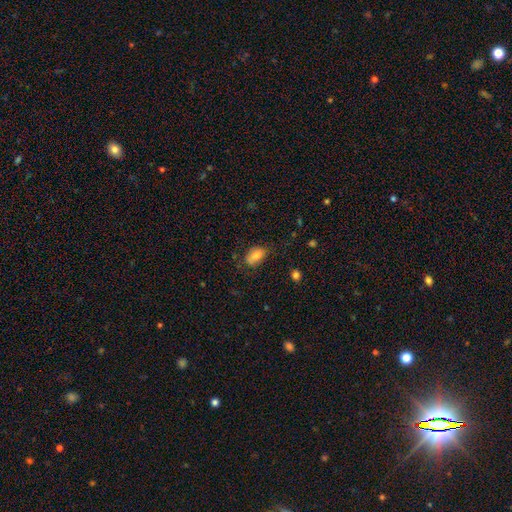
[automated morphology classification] Overall: smooth (80%). How rounded: in between (89%). Merging: none (63%; minor disturbance 27%).